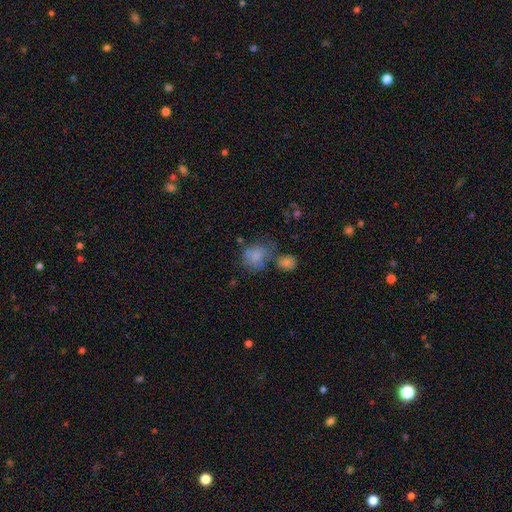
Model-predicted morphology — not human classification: Smooth or featured? Predicted: smooth (p=0.76). How rounded? Predicted: round (p=0.57). Merging? Predicted: none (p=0.40).